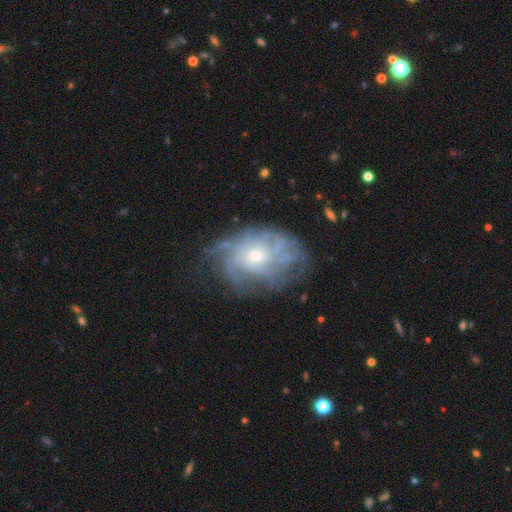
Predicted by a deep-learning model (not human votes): featured or disk 81%, smooth 12%, star or artifact 8%. Down the decision tree: edge-on disk — no (96%); bar — no (78%); spiral arms — yes (88%); spiral arm count — can't tell (49%); spiral winding — tight (60%); bulge size — small (49%); merging — none (63%).